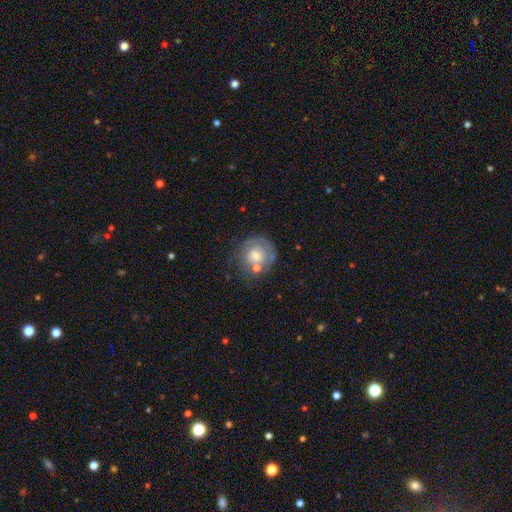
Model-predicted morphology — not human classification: Smooth or featured? smooth (48%)
Merging? none (58%)